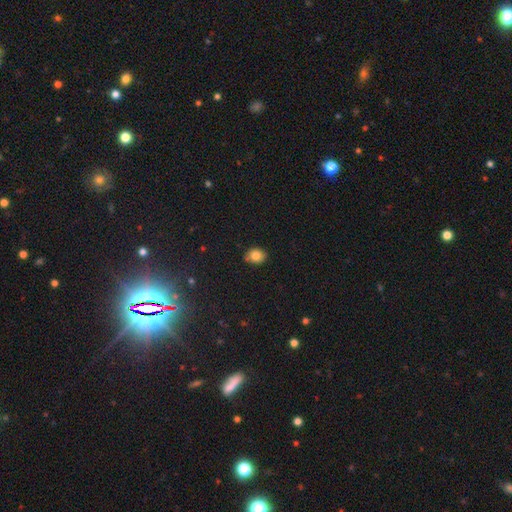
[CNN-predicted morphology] smooth 82%, star or artifact 10%, featured or disk 8%. Down the decision tree: how rounded — round (58%); merging — none (80%).